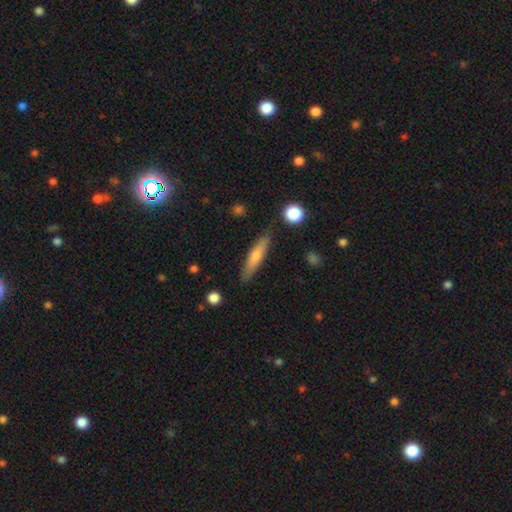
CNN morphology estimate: This appears to be a smooth galaxy with no disk features (50%) that is cigar-shaped (86%). Merging: none (88%).